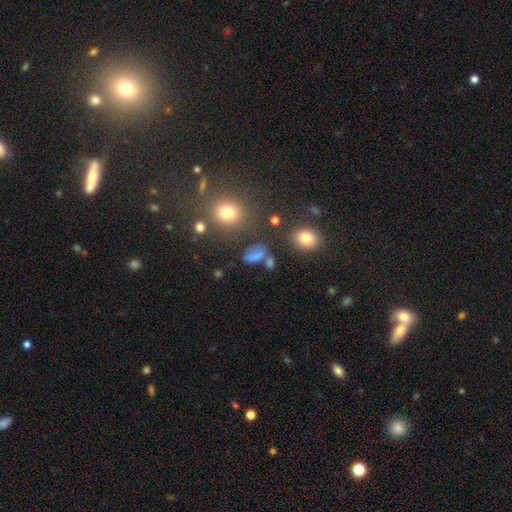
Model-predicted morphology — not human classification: type=smooth (68%); roundness=in between (70%); merging=none (54%).